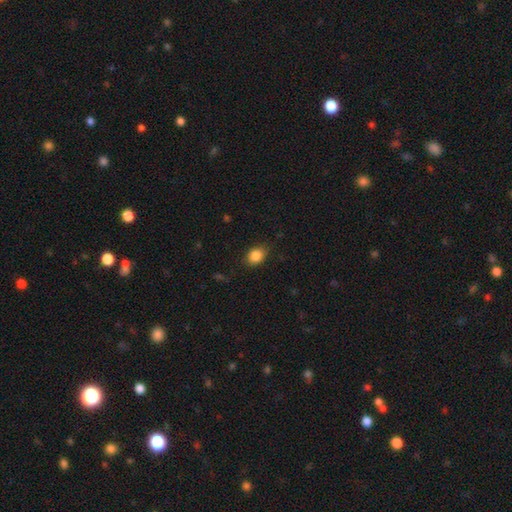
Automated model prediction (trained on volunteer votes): Q: Smooth or featured?
A: smooth (85%); runner-up: star or artifact (9%)
Q: How rounded?
A: in between (55%); runner-up: round (44%)
Q: Merging?
A: none (79%); runner-up: minor disturbance (16%)